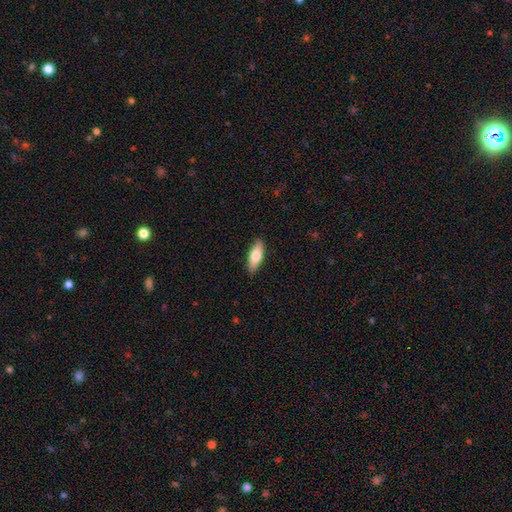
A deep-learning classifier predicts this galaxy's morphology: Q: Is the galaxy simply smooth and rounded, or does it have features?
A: smooth — 73%.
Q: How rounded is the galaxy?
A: in between — 64%.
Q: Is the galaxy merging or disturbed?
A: none — 89%.